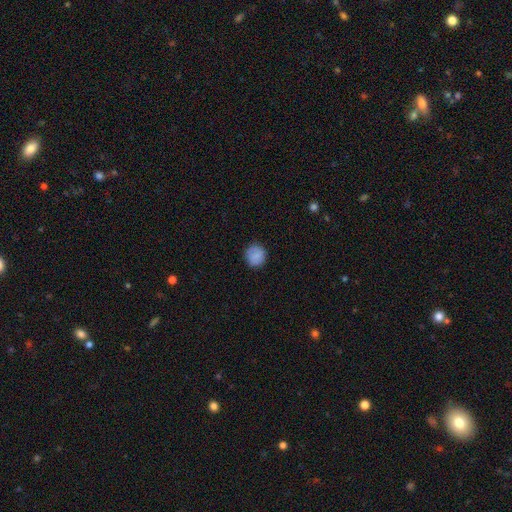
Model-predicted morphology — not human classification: A smooth galaxy with no disk features (84%) that is round (92%). Merging: none (88%).